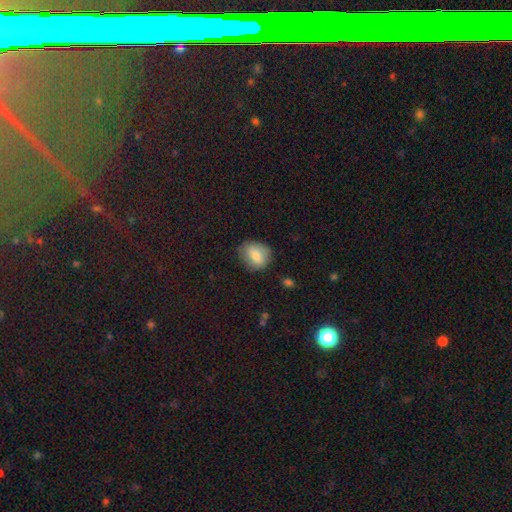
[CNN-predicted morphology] Smooth or featured? Predicted: smooth (p=0.79). How rounded? Predicted: in between (p=0.54). Merging? Predicted: none (p=0.69).